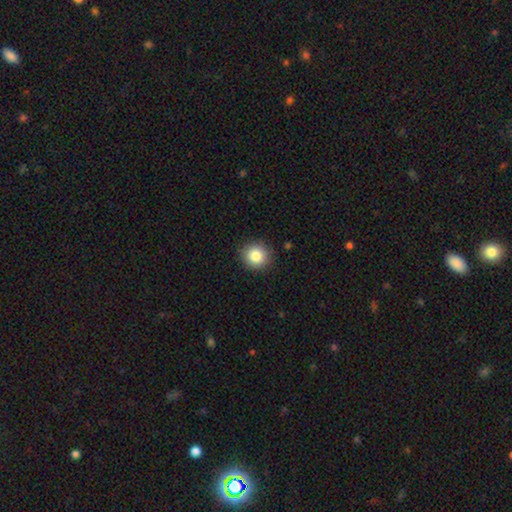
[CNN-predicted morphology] smooth-or-featured: smooth: 84% | star or artifact: 10% | featured or disk: 6%
  how-rounded: round: 90% | in between: 9% | cigar-shaped: 1%
  merging: none: 90% | minor disturbance: 7% | major disturbance: 2% | merger: 1%